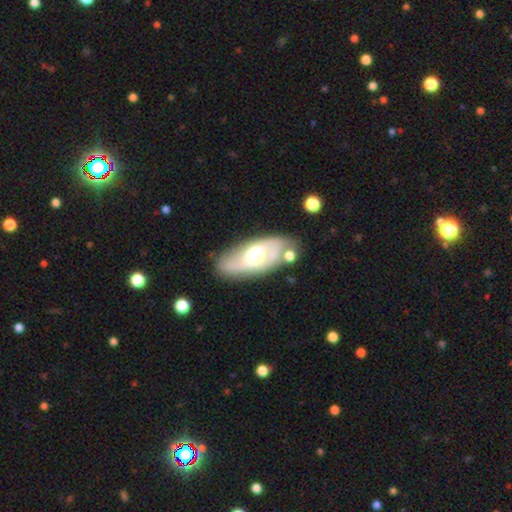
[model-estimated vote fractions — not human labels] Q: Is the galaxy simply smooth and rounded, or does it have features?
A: featured or disk — 70%.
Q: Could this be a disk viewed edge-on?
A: no — 87%.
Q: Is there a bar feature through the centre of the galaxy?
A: no — 52%.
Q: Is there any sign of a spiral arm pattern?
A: yes — 81%.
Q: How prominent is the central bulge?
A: moderate — 66%.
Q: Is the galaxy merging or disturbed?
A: none — 71%.